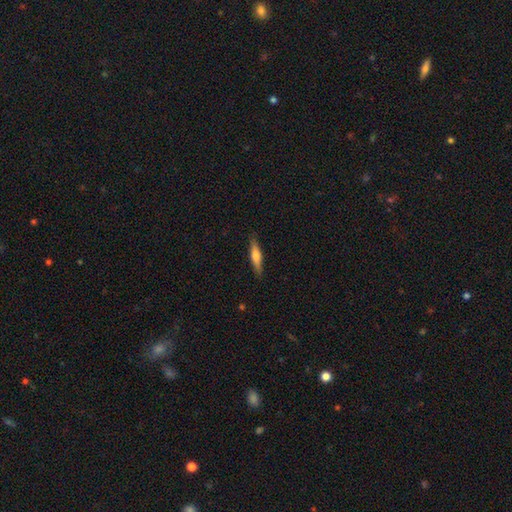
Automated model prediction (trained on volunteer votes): Smooth or featured? smooth (57%)
How rounded? cigar-shaped (82%)
Merging? none (88%)